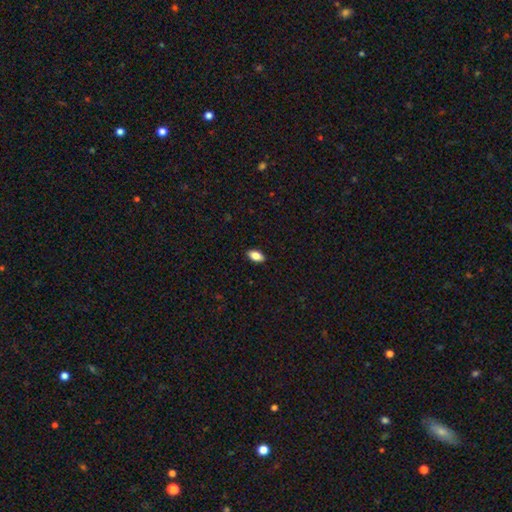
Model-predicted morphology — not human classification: A smooth galaxy with no disk features (84%) that is in between round and cigar-shaped (91%).

Vote fractions:
- Smooth or featured? smooth: 84% / featured or disk: 8% / star or artifact: 8%
- How rounded? in between: 91% / cigar-shaped: 5% / round: 4%
- Merging? none: 89% / minor disturbance: 8% / major disturbance: 2% / merger: 1%